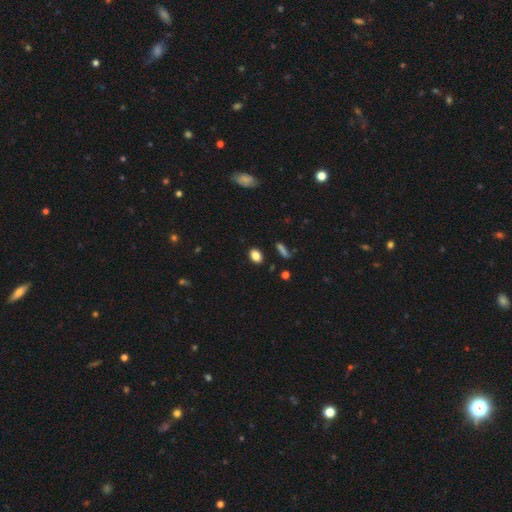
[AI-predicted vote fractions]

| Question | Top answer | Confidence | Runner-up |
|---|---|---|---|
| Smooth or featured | smooth | 85% | star or artifact (10%) |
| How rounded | in between | 73% | round (25%) |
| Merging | none | 87% | minor disturbance (9%) |